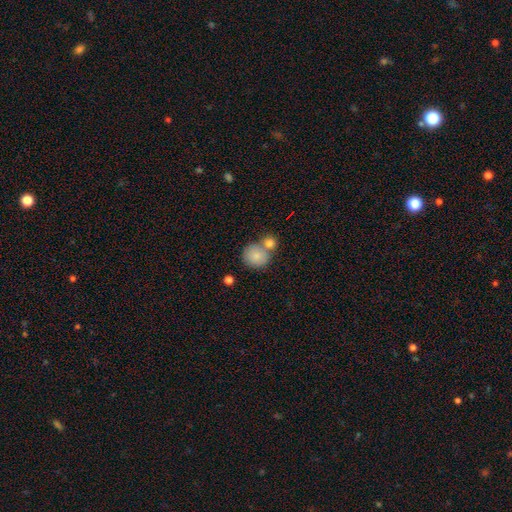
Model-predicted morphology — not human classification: Smooth or featured? smooth (82%)
How rounded? round (86%)
Merging? none (47%)